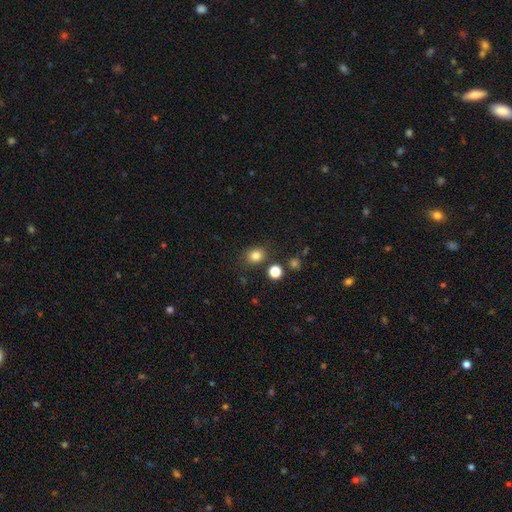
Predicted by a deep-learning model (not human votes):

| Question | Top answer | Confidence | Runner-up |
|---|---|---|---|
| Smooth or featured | smooth | 82% | star or artifact (13%) |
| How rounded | round | 61% | in between (39%) |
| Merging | none | 81% | minor disturbance (11%) |